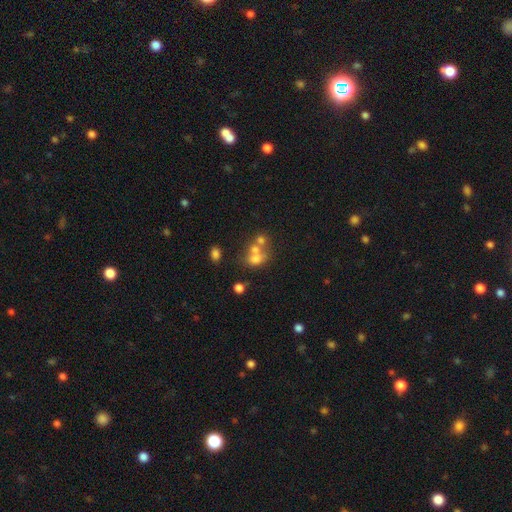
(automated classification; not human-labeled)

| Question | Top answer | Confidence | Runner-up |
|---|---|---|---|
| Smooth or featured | smooth | 60% | featured or disk (25%) |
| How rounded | round | 54% | in between (45%) |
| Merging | merger | 56% | none (27%) |